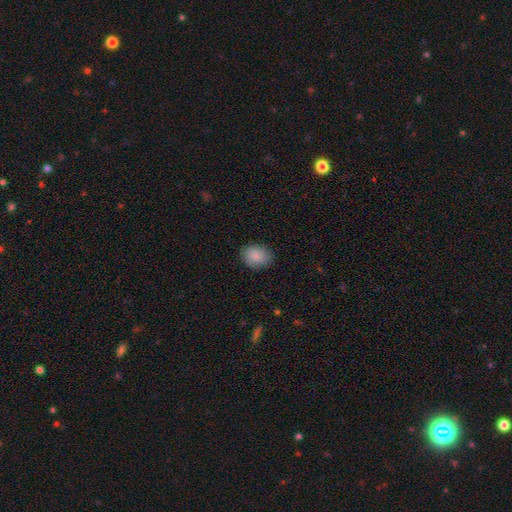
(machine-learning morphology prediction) This is clearly a smooth galaxy (87%). How rounded: possibly in between (58%). Merging: clearly none (85%).